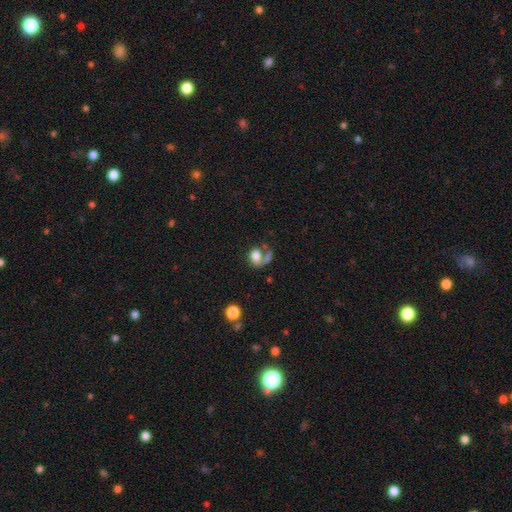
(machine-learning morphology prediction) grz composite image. It shows a smooth galaxy with no disk features (58%) that is in between round and cigar-shaped (60%). Merging: major disturbance (30%).